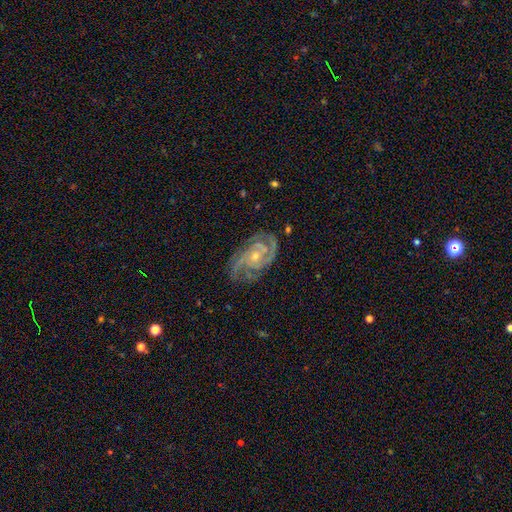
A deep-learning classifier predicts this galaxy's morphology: This appears to be a featured or disk galaxy (92%) with no bar (70%), 3 (42%) tight (60%) spiral arms (98%) and a small central bulge (60%). Merging: none (77%).